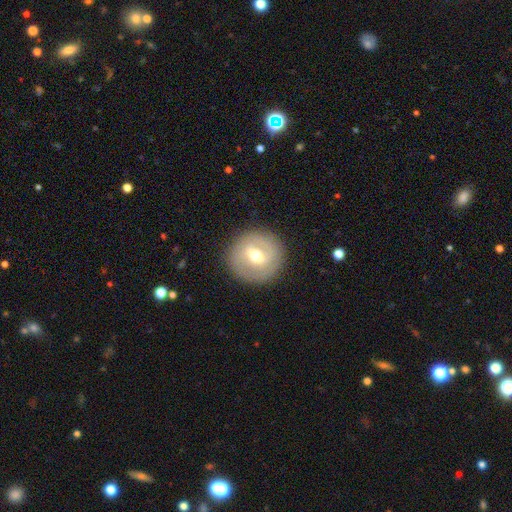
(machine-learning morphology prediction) smooth-or-featured: featured or disk: 53% | smooth: 40% | star or artifact: 8%
  disk-edge-on: no: 94% | yes: 6%
    bar: weak: 48% | no: 28% | strong: 24%
    has-spiral-arms: no: 56% | yes: 44%
    bulge-size: moderate: 71% | small: 22% | large: 5% | dominant: 1% | none: 1%
  merging: none: 87% | minor disturbance: 8% | major disturbance: 4% | merger: 1%